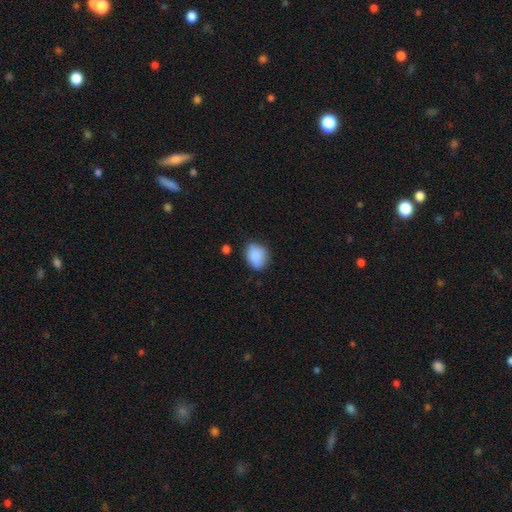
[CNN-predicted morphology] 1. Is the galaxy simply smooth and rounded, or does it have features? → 88% smooth, 8% star or artifact, 4% featured or disk.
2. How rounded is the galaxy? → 57% in between, 42% round, 1% cigar-shaped.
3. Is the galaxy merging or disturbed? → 71% none, 22% minor disturbance, 4% major disturbance, 2% merger.